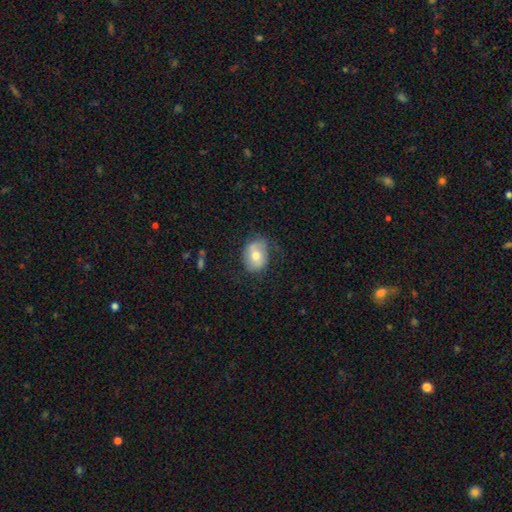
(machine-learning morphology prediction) This is likely a smooth galaxy (62%). How rounded: possibly in between (54%). Merging: likely none (67%).